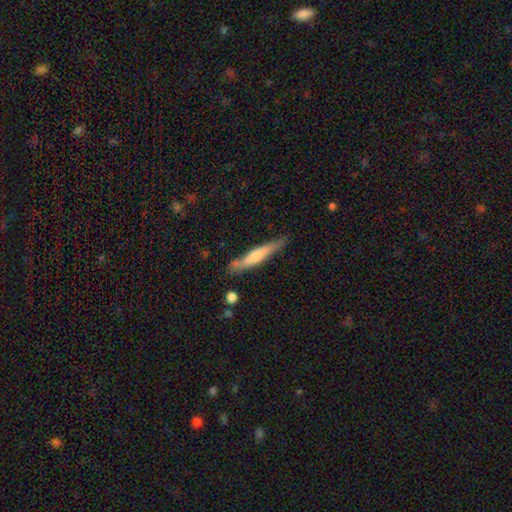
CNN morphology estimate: A smooth galaxy with no disk features (53%) that is cigar-shaped (92%).

Vote fractions:
- Smooth or featured? smooth: 53% / featured or disk: 41% / star or artifact: 6%
- How rounded? cigar-shaped: 92% / in between: 6% / round: 1%
- Merging? none: 79% / minor disturbance: 16% / major disturbance: 3% / merger: 2%